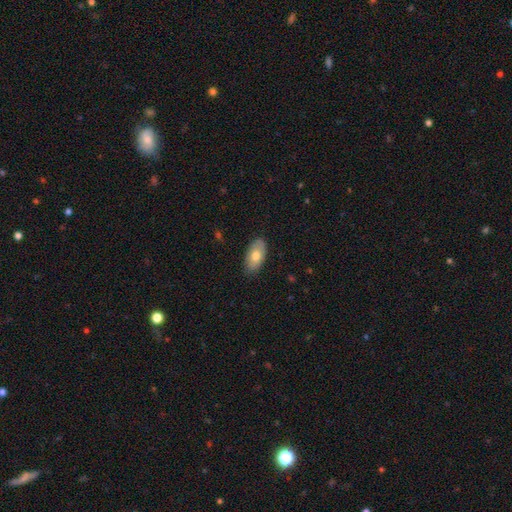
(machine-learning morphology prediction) Smooth or featured: smooth — 71% (featured or disk — 23%)
How rounded: in between — 93% (round — 4%)
Merging: none — 84% (minor disturbance — 13%)